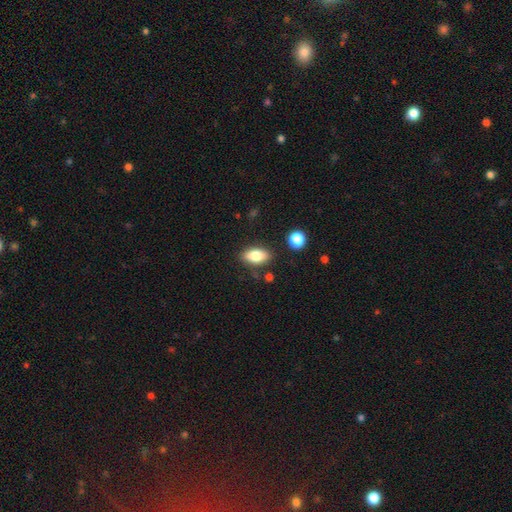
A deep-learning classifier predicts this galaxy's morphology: The model was most divided on "smooth or featured": smooth: 81%, featured or disk: 12%, star or artifact: 7%. More confident: how rounded — in between (89%); merging — none (83%).